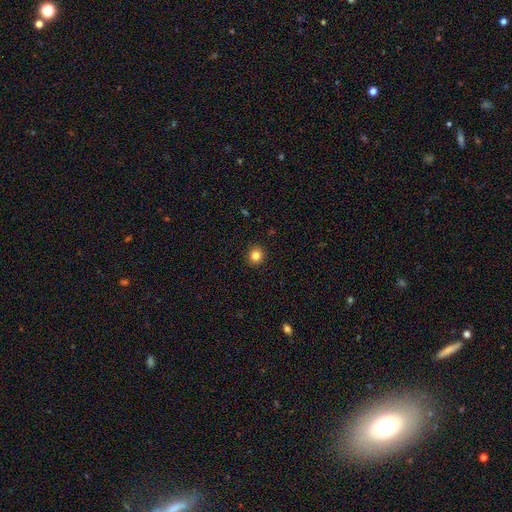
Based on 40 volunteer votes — Q: Smooth or featured?
A: smooth (85%); runner-up: star or artifact (12%)
Q: How rounded?
A: round (97%); runner-up: in between (3%)
Q: Merging?
A: none (91%); runner-up: minor disturbance (9%)